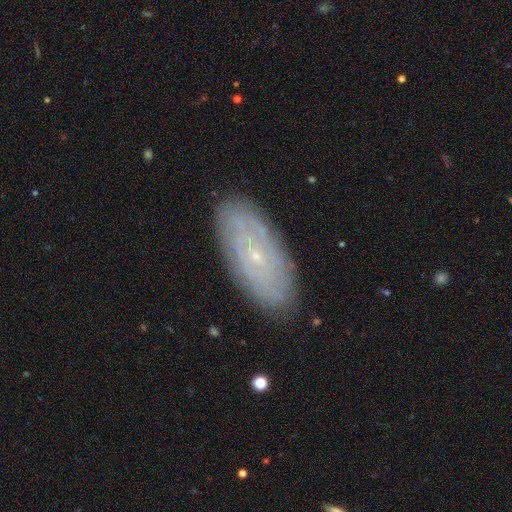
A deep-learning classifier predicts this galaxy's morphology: Smooth or featured?
  - featured or disk: 68% *
  - smooth: 24%
  - star or artifact: 8%
Edge-on disk?
  - no: 90% *
  - yes: 10%
Bar?
  - no: 79% *
  - weak: 17%
  - strong: 4%
Spiral arms?
  - yes: 79% *
  - no: 21%
Bulge size?
  - small: 88% *
  - moderate: 9%
  - none: 2%
  - large: 1%
  - dominant: 1%
Merging?
  - none: 86% *
  - minor disturbance: 10%
  - major disturbance: 2%
  - merger: 1%